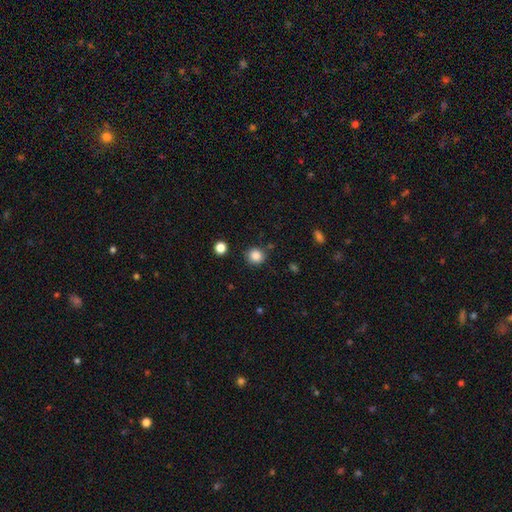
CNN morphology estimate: Overall: smooth (86%). How rounded: round (89%). Merging: none (83%).